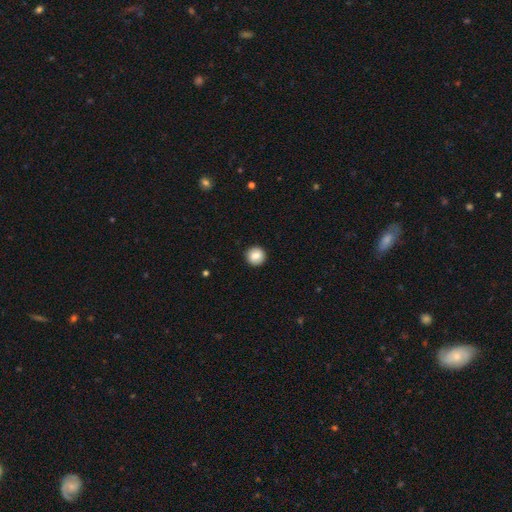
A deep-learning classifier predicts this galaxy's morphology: type=smooth (83%); roundness=round (94%); merging=none (92%).